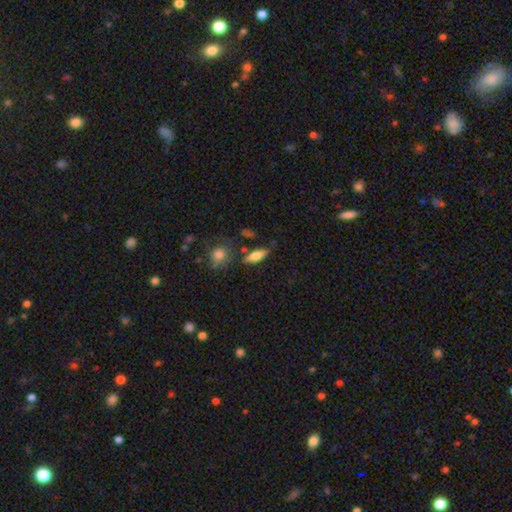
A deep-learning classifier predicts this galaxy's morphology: Smooth or featured?
  - smooth: 68% *
  - featured or disk: 25%
  - star or artifact: 7%
How rounded?
  - in between: 63% *
  - cigar-shaped: 33%
  - round: 4%
Merging?
  - none: 76% *
  - minor disturbance: 14%
  - merger: 7%
  - major disturbance: 4%